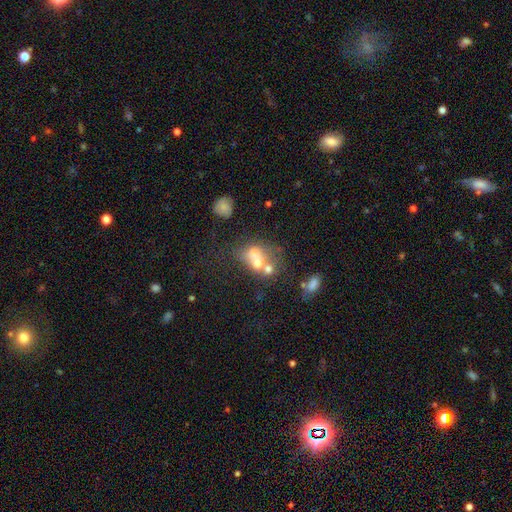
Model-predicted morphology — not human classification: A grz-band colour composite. It shows a smooth galaxy with no disk features (48%). Merging: merger (60%).